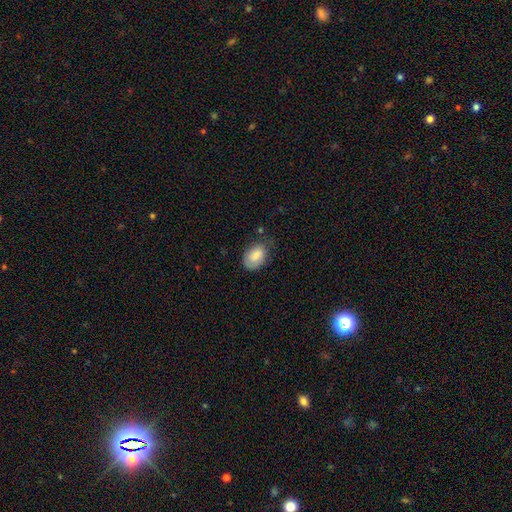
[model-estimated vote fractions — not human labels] Smooth or featured? Predicted: smooth (p=0.79). How rounded? Predicted: in between (p=0.88). Merging? Predicted: none (p=0.60).